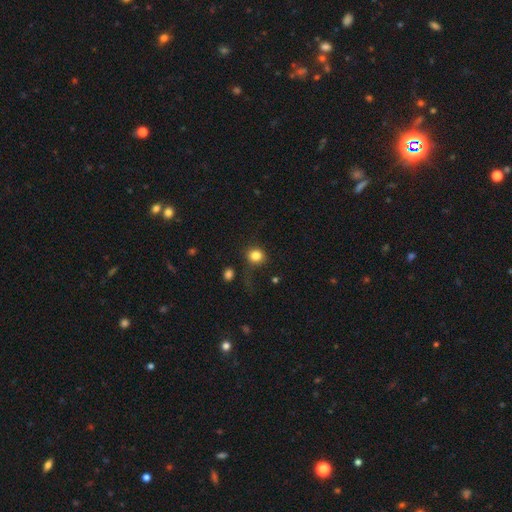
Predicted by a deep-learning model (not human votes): A smooth galaxy with no disk features (83%) that is round (83%). Merging: none (70%).